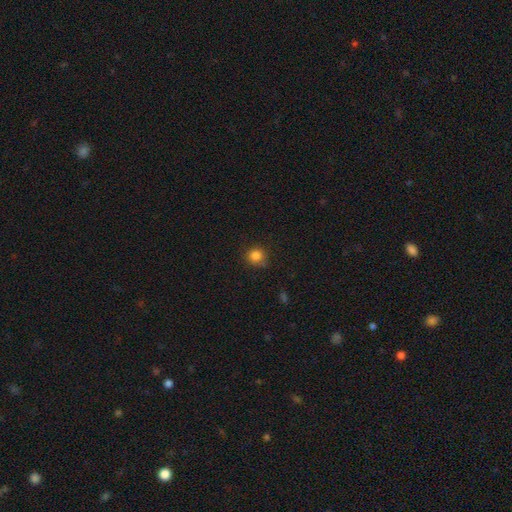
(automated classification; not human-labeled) Morphology: type=smooth (84%); roundness=round (90%); merging=none (82%).